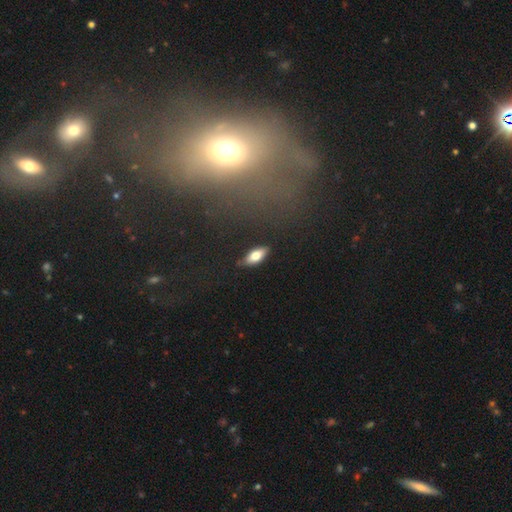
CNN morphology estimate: Smooth or featured?
  - smooth: 70% *
  - featured or disk: 23%
  - star or artifact: 7%
How rounded?
  - in between: 78% *
  - cigar-shaped: 19%
  - round: 3%
Merging?
  - none: 86% *
  - minor disturbance: 11%
  - major disturbance: 2%
  - merger: 1%